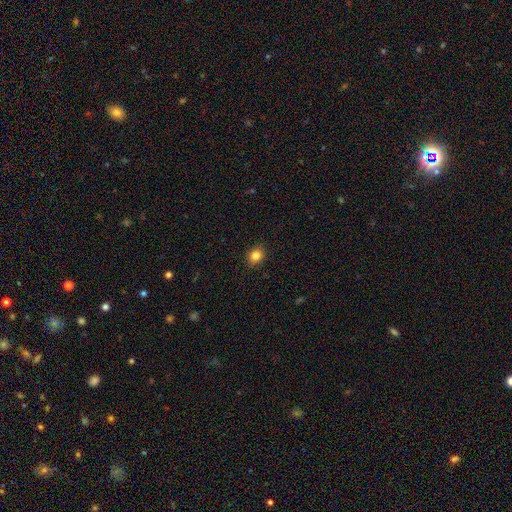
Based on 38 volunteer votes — A smooth galaxy with no disk features (92%) that is round (66%).

Vote fractions:
- Smooth or featured? smooth: 92% / star or artifact: 5% / featured or disk: 3%
- How rounded? round: 66% / in between: 34% / cigar-shaped: 0%
- Merging? none: 83% / minor disturbance: 8% / major disturbance: 8% / merger: 0%